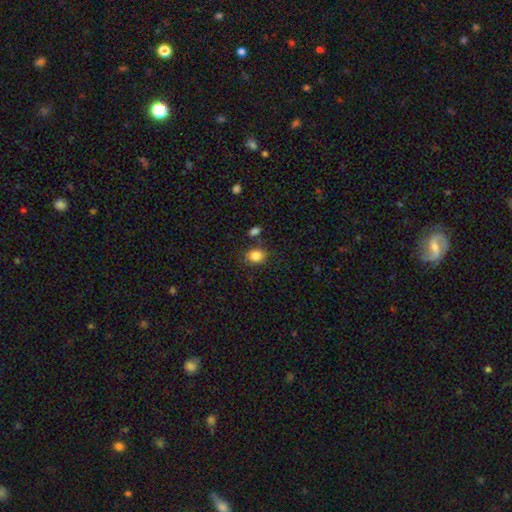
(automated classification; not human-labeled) Smooth or featured: smooth — 85% (star or artifact — 10%)
How rounded: in between — 50% (round — 49%)
Merging: none — 77% (minor disturbance — 12%)